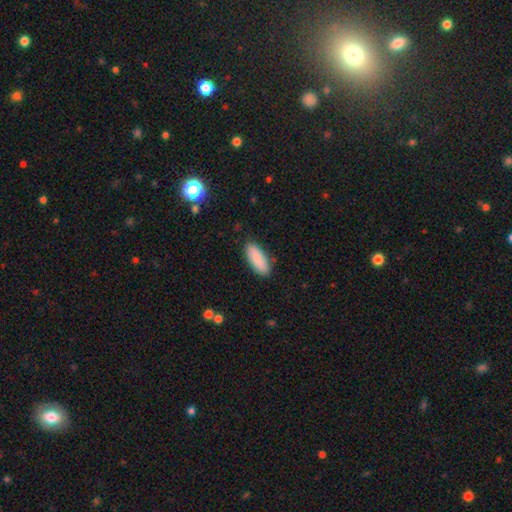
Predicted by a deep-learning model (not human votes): smooth 88%, star or artifact 6%, featured or disk 6%. Down the decision tree: how rounded — in between (75%); merging — none (87%).